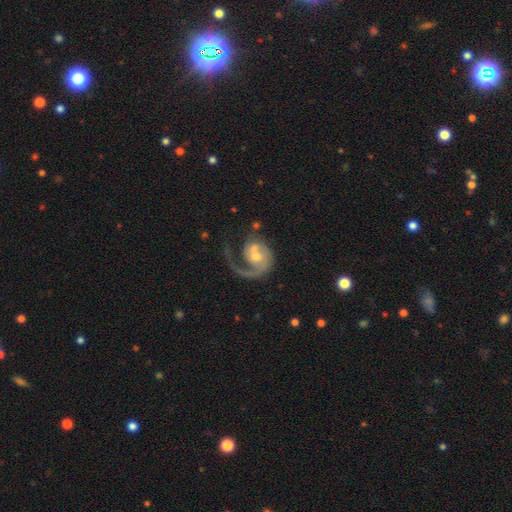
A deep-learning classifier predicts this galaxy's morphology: The model was most divided on "spiral winding": medium: 41%, loose: 35%, tight: 24%. Remaining: edge-on disk — no (98%); spiral arms — yes (93%); smooth or featured — featured or disk (84%); spiral arm count — 1 (80%); bar — no (66%); bulge size — moderate (49%); merging — none (44%).